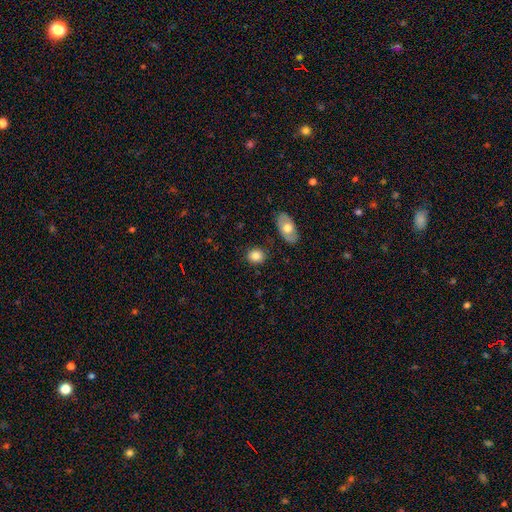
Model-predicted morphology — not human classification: Q: Smooth or featured?
A: smooth (83%); runner-up: featured or disk (9%)
Q: How rounded?
A: round (59%); runner-up: in between (39%)
Q: Merging?
A: none (84%); runner-up: minor disturbance (10%)